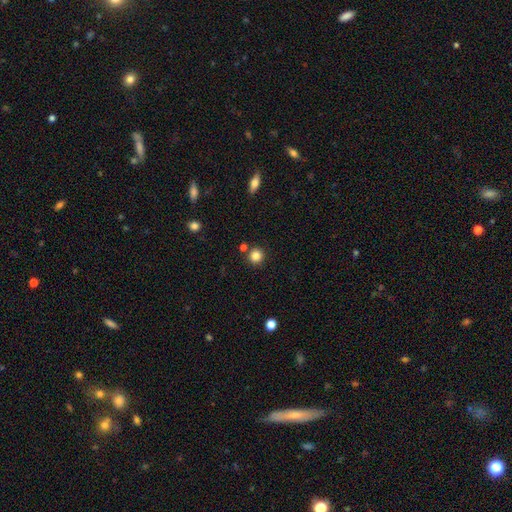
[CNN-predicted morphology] This appears to be a smooth galaxy with no disk features (84%) that is round (93%). Merging: none (84%).